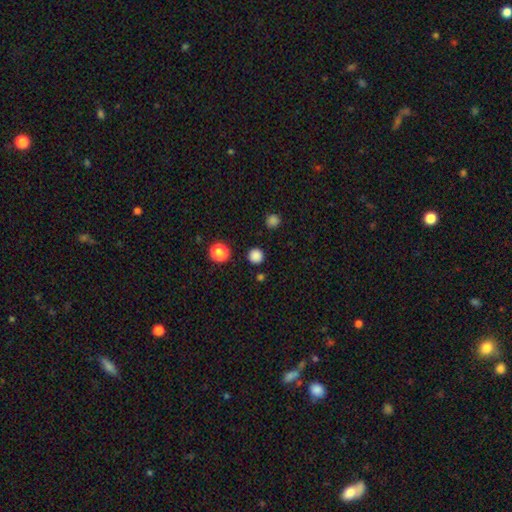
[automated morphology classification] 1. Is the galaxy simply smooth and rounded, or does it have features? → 83% smooth, 14% star or artifact, 3% featured or disk.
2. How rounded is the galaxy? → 94% round, 5% in between, 1% cigar-shaped.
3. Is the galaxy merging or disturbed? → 89% none, 6% minor disturbance, 2% major disturbance, 2% merger.